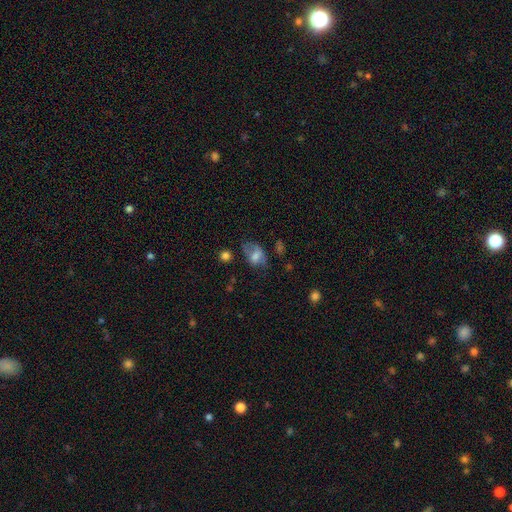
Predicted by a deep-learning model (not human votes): smooth-or-featured: smooth: 59% | featured or disk: 30% | star or artifact: 11%
  how-rounded: in between: 81% | round: 17% | cigar-shaped: 2%
  merging: none: 38% | minor disturbance: 29% | major disturbance: 28% | merger: 5%